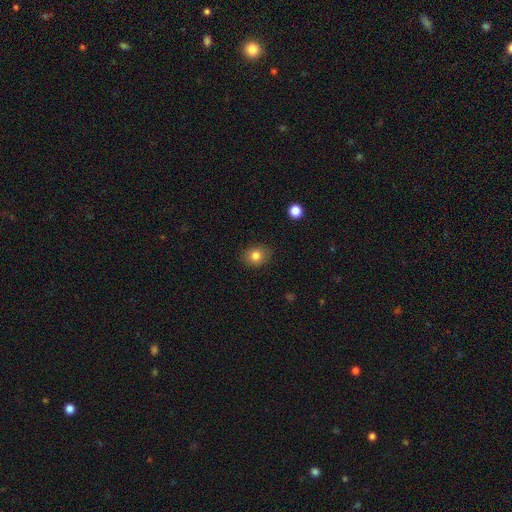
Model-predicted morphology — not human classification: This is clearly a smooth galaxy (81%). How rounded: possibly round (55%). Merging: clearly none (86%).